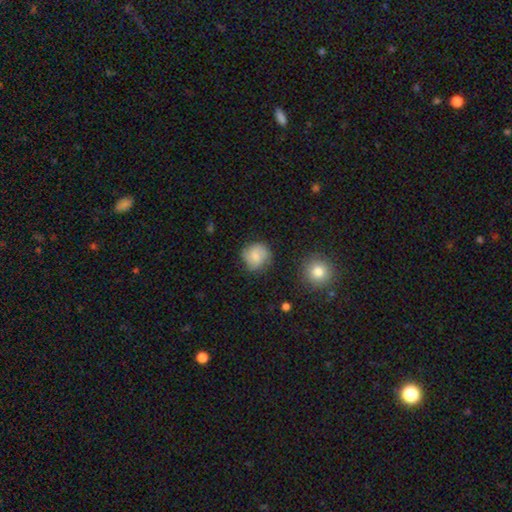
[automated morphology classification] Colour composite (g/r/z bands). It shows a smooth galaxy with no disk features (57%) that is round (86%). Merging: none (75%).